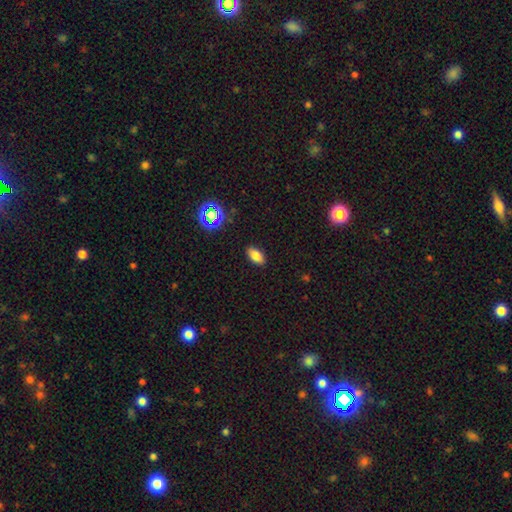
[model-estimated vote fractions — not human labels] A smooth galaxy with no disk features (80%) that is in between round and cigar-shaped (91%). Merging: none (89%).